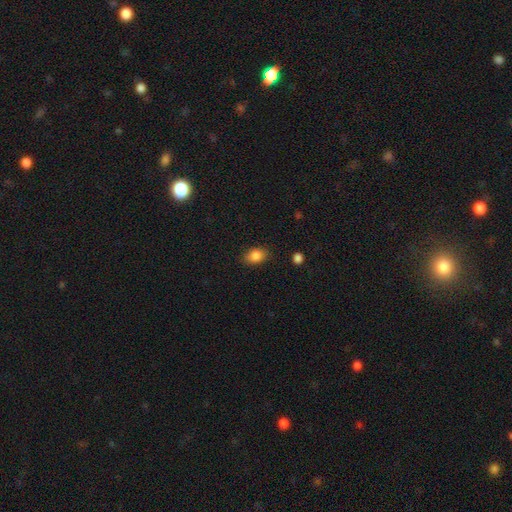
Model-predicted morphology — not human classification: Smooth or featured: smooth — 85% (star or artifact — 9%)
How rounded: in between — 77% (round — 21%)
Merging: none — 83% (minor disturbance — 12%)